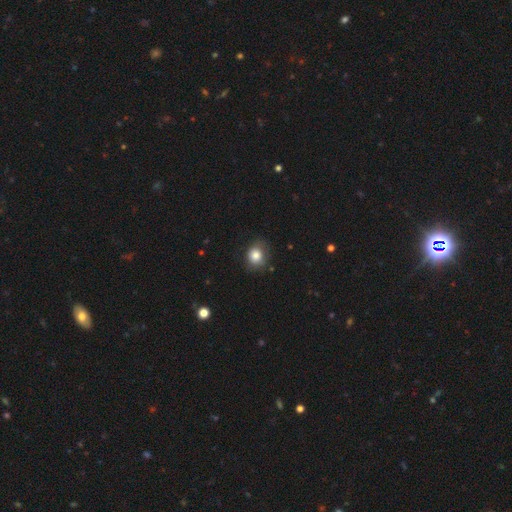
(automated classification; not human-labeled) Smooth or featured: smooth — 83% (star or artifact — 10%)
How rounded: round — 69% (in between — 30%)
Merging: none — 74% (minor disturbance — 20%)